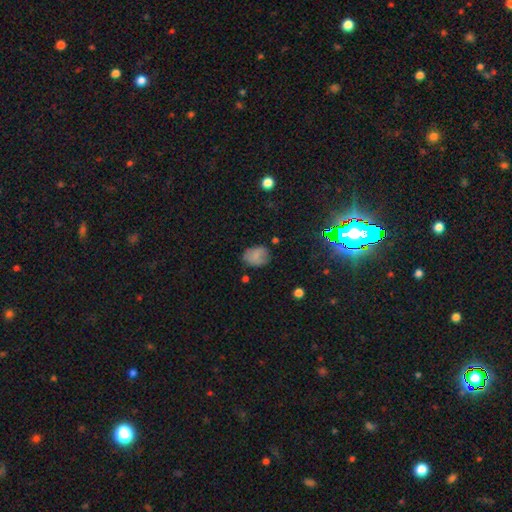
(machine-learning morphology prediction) Smooth or featured: smooth — 76% (featured or disk — 12%)
How rounded: in between — 64% (round — 35%)
Merging: none — 67% (minor disturbance — 23%)